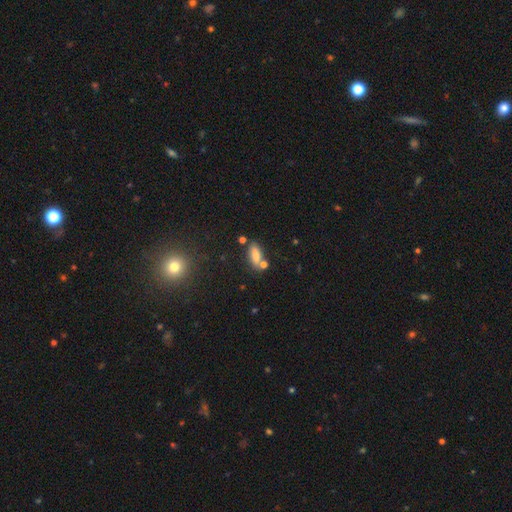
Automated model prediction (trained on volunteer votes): A smooth galaxy with no disk features (77%) that is in between round and cigar-shaped (75%). Merging: none (61%).